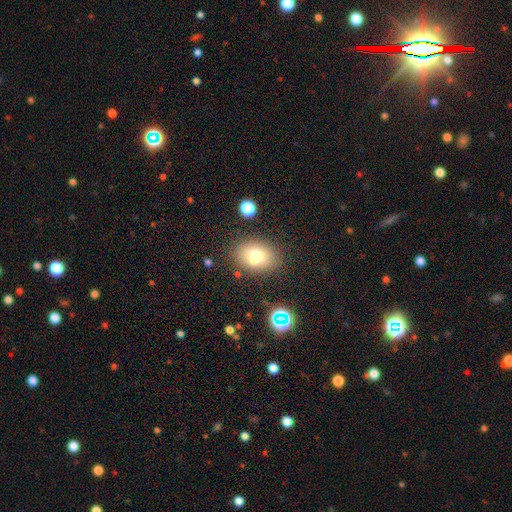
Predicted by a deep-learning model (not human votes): Smooth or featured?
  - smooth: 71% *
  - featured or disk: 16%
  - star or artifact: 13%
How rounded?
  - in between: 66% *
  - round: 33%
  - cigar-shaped: 1%
Merging?
  - none: 74% *
  - minor disturbance: 14%
  - merger: 9%
  - major disturbance: 4%